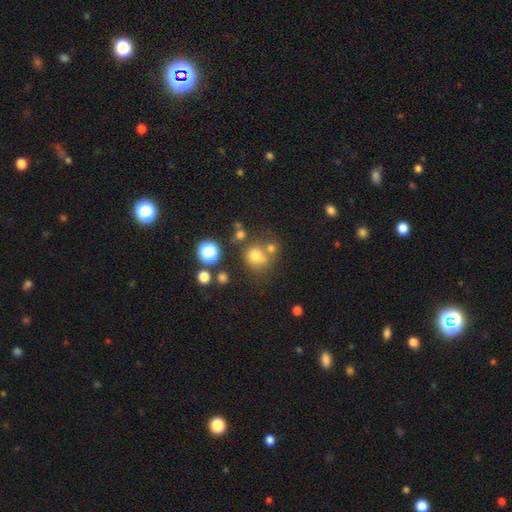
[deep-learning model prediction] A smooth galaxy with no disk features (69%) that is round (82%). Merging: none (53%).